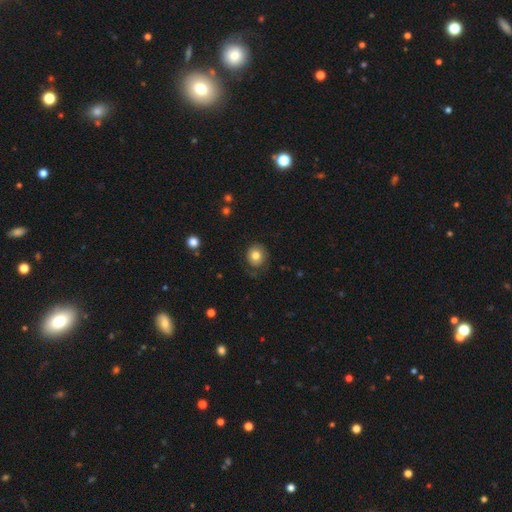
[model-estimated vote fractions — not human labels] Q: Smooth or featured?
A: smooth (76%); runner-up: featured or disk (15%)
Q: How rounded?
A: round (81%); runner-up: in between (18%)
Q: Merging?
A: none (69%); runner-up: minor disturbance (19%)